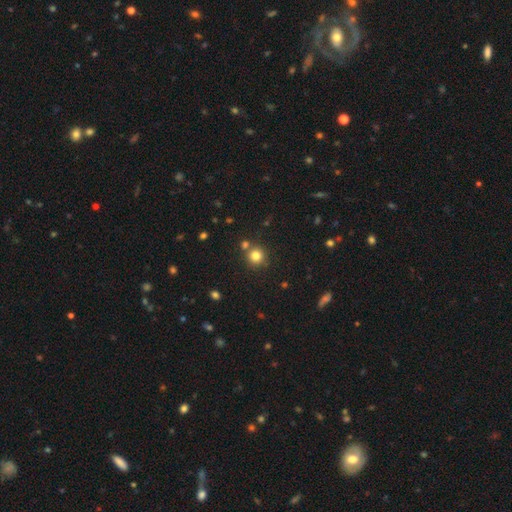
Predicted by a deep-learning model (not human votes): Q: Smooth or featured?
A: smooth (80%); runner-up: star or artifact (13%)
Q: How rounded?
A: round (93%); runner-up: in between (6%)
Q: Merging?
A: none (76%); runner-up: merger (14%)